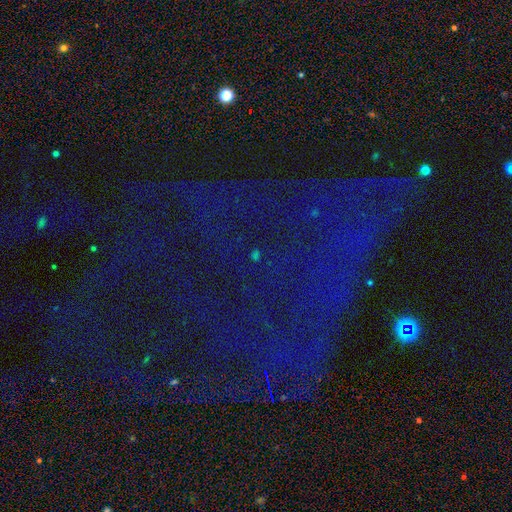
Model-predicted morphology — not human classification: This appears to be a star or artifact, not a galaxy (79%).